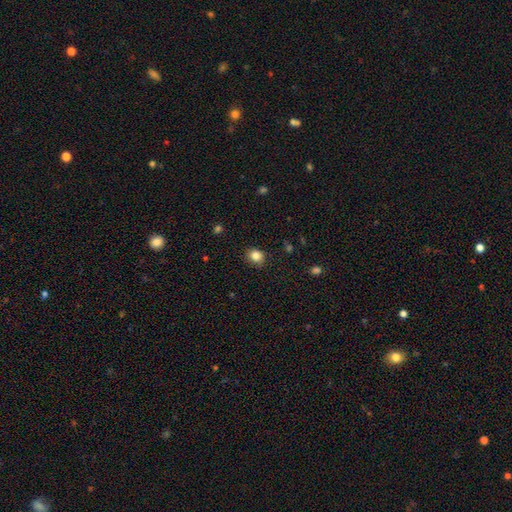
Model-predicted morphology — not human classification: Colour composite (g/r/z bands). It shows a smooth galaxy with no disk features (84%) that is round (68%). Merging: none (81%).